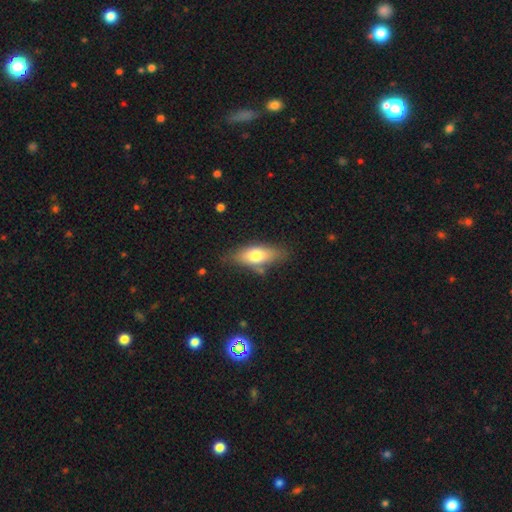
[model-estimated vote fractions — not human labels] The model was most divided on "smooth or featured": smooth: 70%, featured or disk: 23%, star or artifact: 7%. More confident: how rounded — in between (76%); merging — none (72%).